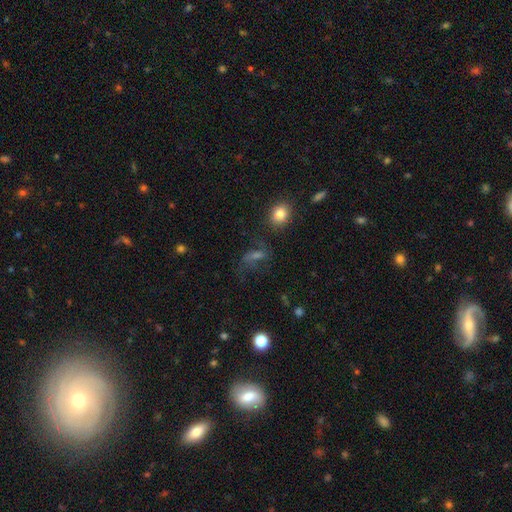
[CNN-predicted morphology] type=smooth (36%); merging=none (54%).